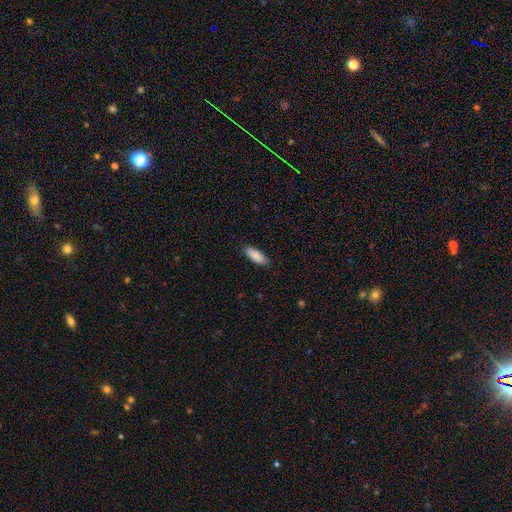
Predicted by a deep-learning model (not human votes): This appears to be a smooth galaxy with no disk features (89%) that is in between round and cigar-shaped (75%). Merging: none (88%).